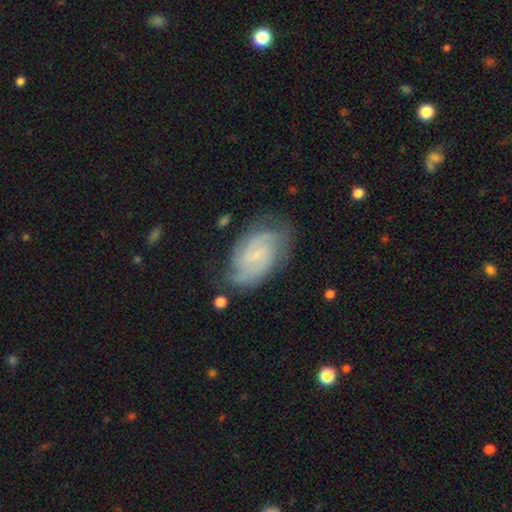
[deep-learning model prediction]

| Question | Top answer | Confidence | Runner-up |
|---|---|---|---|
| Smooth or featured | featured or disk | 80% | smooth (13%) |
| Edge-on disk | no | 97% | yes (3%) |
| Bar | weak | 47% | no (43%) |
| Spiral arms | yes | 96% | no (4%) |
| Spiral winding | tight | 50% | medium (40%) |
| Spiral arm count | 2 | 51% | can't tell (19%) |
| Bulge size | small | 66% | none (21%) |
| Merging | none | 70% | minor disturbance (20%) |